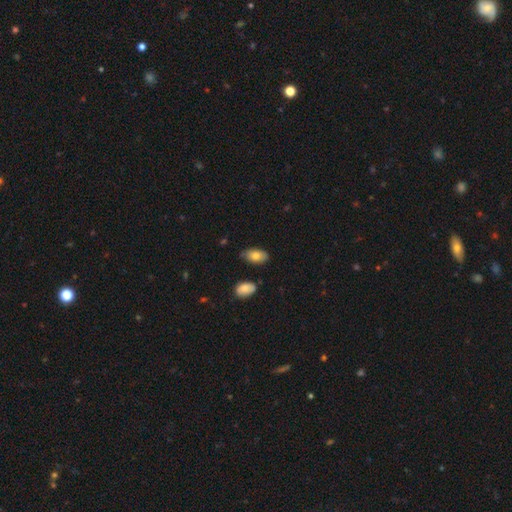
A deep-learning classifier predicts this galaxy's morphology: This appears to be a smooth galaxy with no disk features (79%) that is in between round and cigar-shaped (94%). Merging: none (70%).